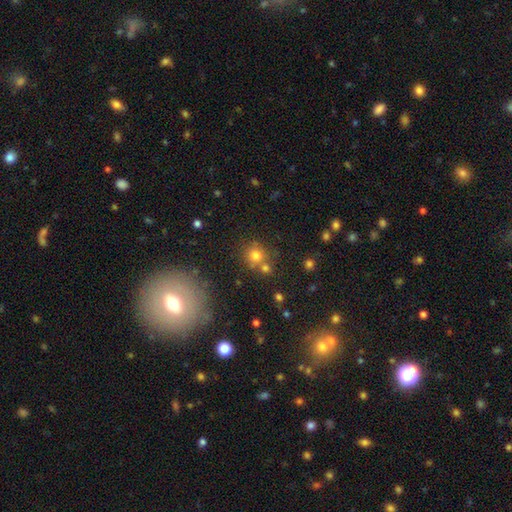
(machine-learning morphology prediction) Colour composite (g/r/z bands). It shows a smooth galaxy with no disk features (74%) that is round (87%). Merging: none (62%).